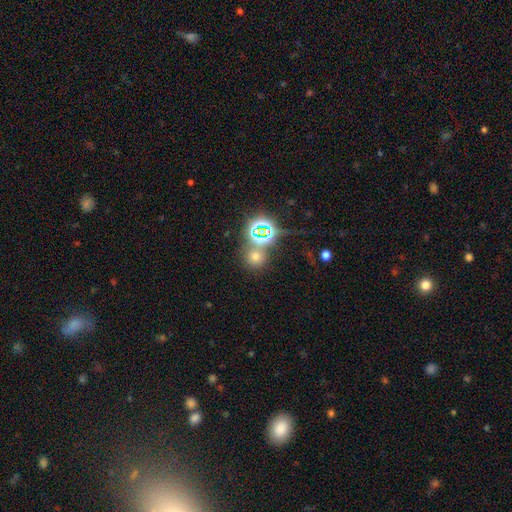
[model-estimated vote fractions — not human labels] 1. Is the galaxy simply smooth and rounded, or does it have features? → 47% star or artifact, 43% smooth, 9% featured or disk.